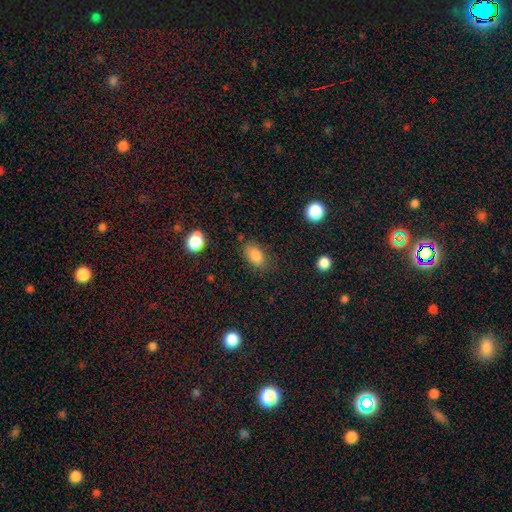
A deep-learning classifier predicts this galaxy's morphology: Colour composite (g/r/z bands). It shows a smooth galaxy with no disk features (84%) that is in between round and cigar-shaped (86%). Merging: none (77%).